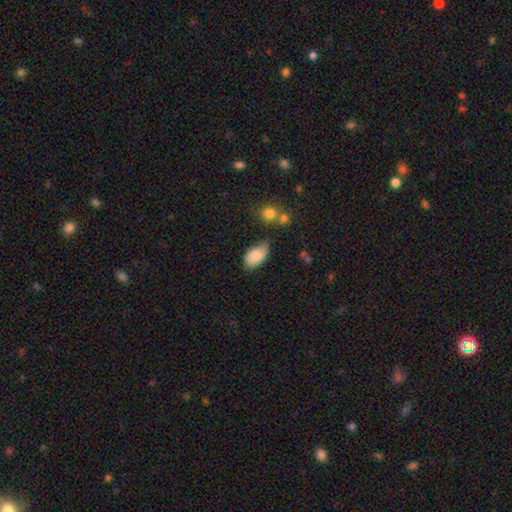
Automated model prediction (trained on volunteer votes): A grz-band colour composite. It shows a smooth galaxy with no disk features (77%) that is in between round and cigar-shaped (93%). Merging: none (55%).